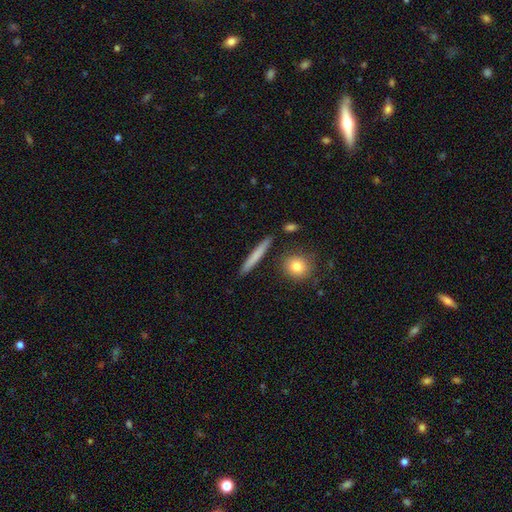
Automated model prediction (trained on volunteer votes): A smooth galaxy with no disk features (66%) that is cigar-shaped (94%).

Vote fractions:
- Smooth or featured? smooth: 66% / featured or disk: 27% / star or artifact: 6%
- How rounded? cigar-shaped: 94% / in between: 4% / round: 3%
- Merging? none: 89% / minor disturbance: 7% / merger: 2% / major disturbance: 2%